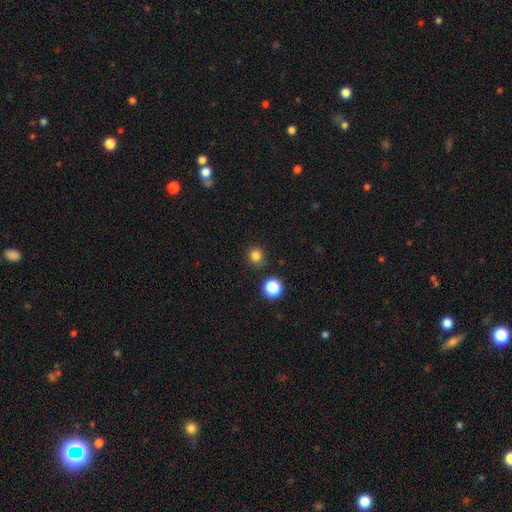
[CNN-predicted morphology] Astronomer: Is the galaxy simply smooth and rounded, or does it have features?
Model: smooth — 81%.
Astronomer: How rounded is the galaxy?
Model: round — 92%.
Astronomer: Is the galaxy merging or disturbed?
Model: none — 87%.